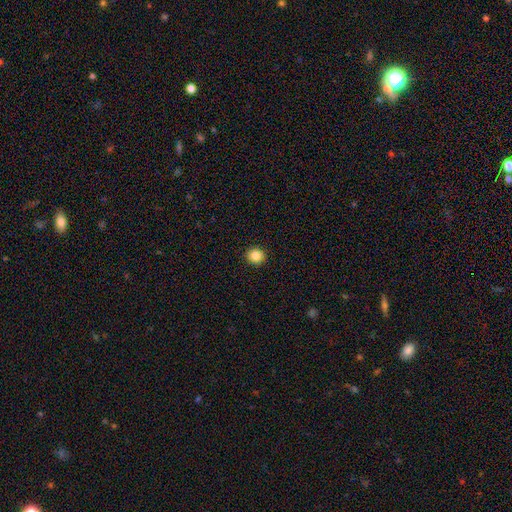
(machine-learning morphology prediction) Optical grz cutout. It shows a smooth galaxy with no disk features (86%) that is round (88%). Merging: none (92%).